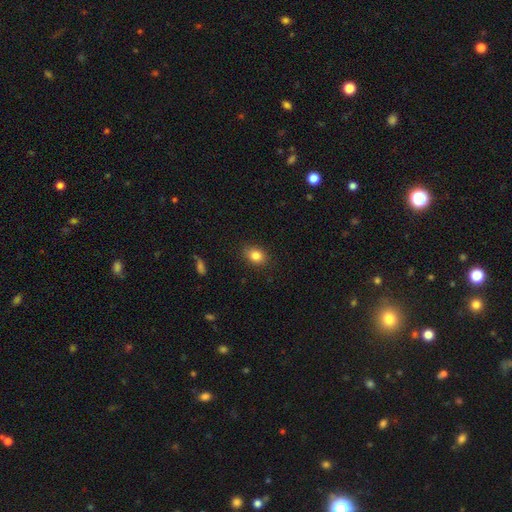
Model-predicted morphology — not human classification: Smooth or featured? Predicted: smooth (p=0.84). How rounded? Predicted: in between (p=0.68). Merging? Predicted: none (p=0.87).